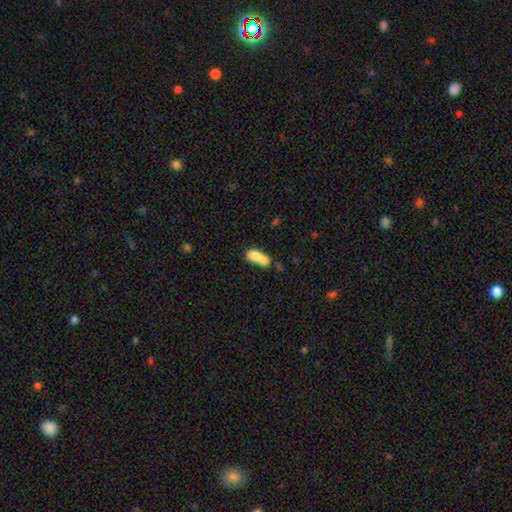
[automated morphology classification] smooth 69%, featured or disk 22%, star or artifact 9%. Down the decision tree: how rounded — in between (68%); merging — merger (74%).